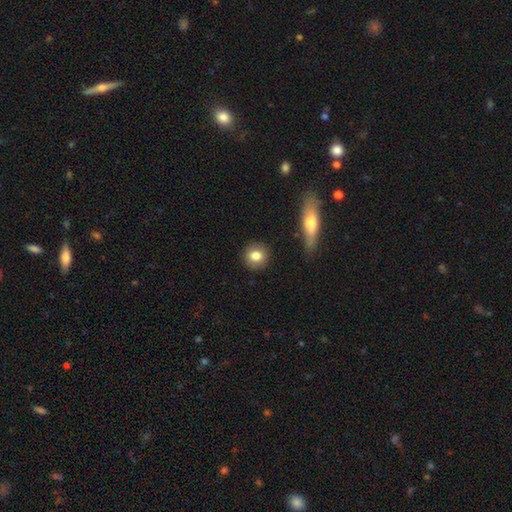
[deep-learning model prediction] Smooth or featured?
  - smooth: 82% *
  - featured or disk: 10%
  - star or artifact: 8%
How rounded?
  - round: 90% *
  - in between: 8%
  - cigar-shaped: 1%
Merging?
  - none: 89% *
  - minor disturbance: 7%
  - merger: 2%
  - major disturbance: 2%